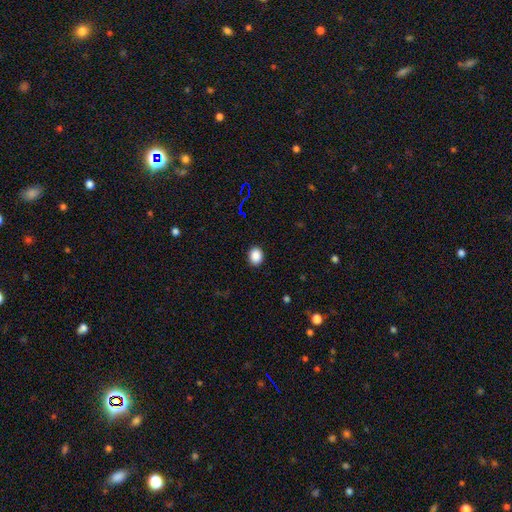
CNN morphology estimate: smooth-or-featured: smooth: 88% | star or artifact: 10% | featured or disk: 3%
  how-rounded: in between: 52% | round: 47% | cigar-shaped: 1%
  merging: none: 90% | minor disturbance: 7% | major disturbance: 2% | merger: 1%